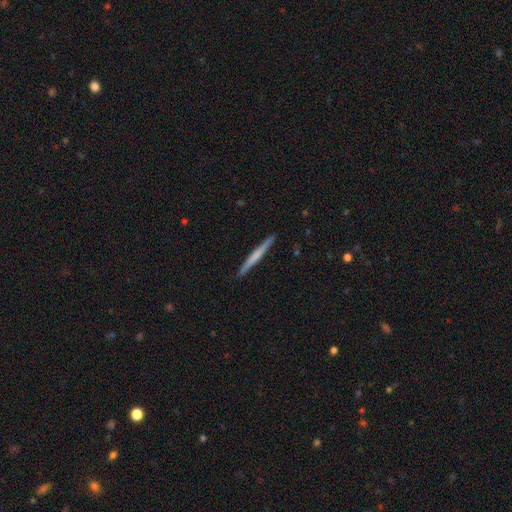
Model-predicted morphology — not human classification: type=featured or disk (49%); merging=none (92%).